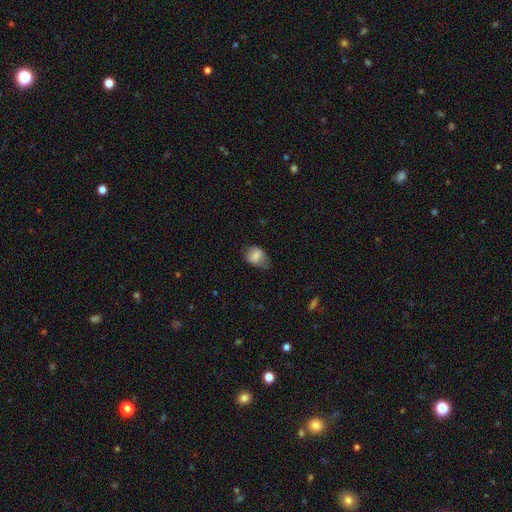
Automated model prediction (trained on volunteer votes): A smooth galaxy with no disk features (79%) that is in between round and cigar-shaped (61%).

Vote fractions:
- Smooth or featured? smooth: 79% / featured or disk: 12% / star or artifact: 9%
- How rounded? in between: 61% / round: 38% / cigar-shaped: 1%
- Merging? none: 51% / minor disturbance: 36% / major disturbance: 12% / merger: 1%